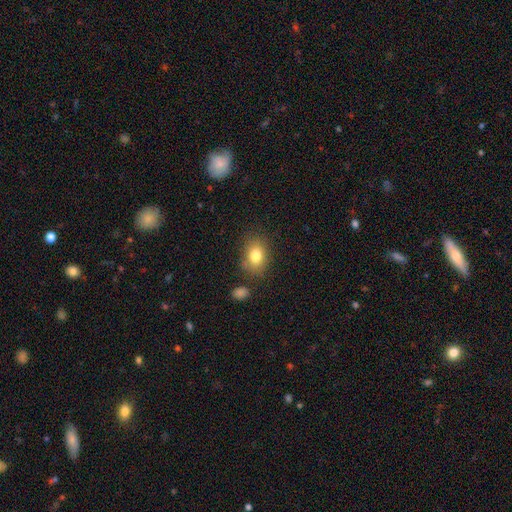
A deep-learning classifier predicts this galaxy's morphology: smooth 80%, featured or disk 10%, star or artifact 10%. Down the decision tree: how rounded — in between (68%); merging — none (77%).